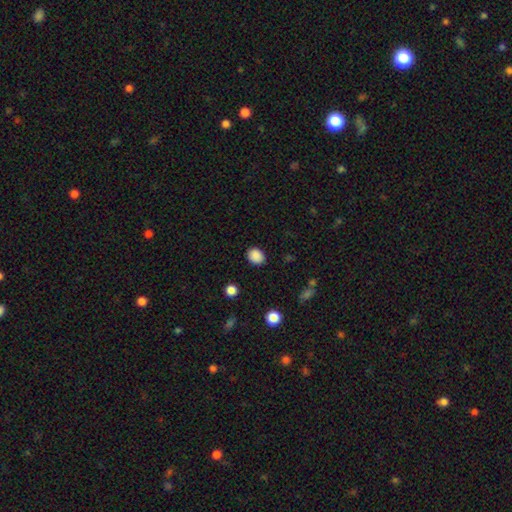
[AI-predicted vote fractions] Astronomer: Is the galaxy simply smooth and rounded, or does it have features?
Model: smooth — 88%.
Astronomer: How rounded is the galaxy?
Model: in between — 51% (runner-up: round, 48%).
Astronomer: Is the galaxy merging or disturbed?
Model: none — 87%.